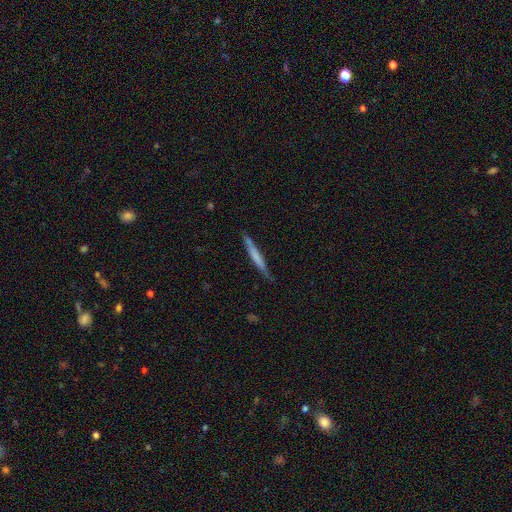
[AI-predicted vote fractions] Morphology: type=smooth (56%); roundness=cigar-shaped (96%); merging=none (78%).